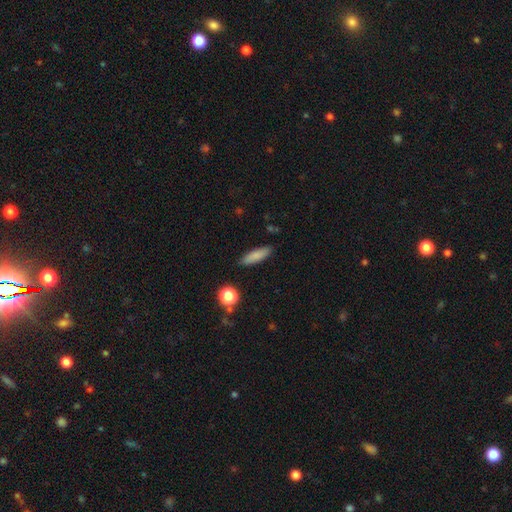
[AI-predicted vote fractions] Smooth or featured: smooth — 82% (featured or disk — 10%)
How rounded: cigar-shaped — 56% (in between — 41%)
Merging: none — 87% (minor disturbance — 9%)